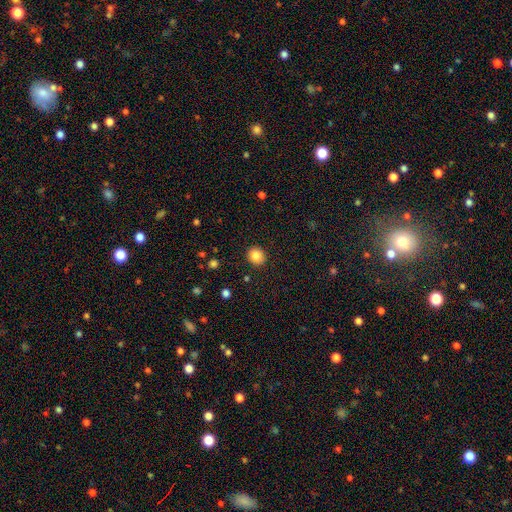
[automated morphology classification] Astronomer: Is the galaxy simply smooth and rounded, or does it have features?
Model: smooth — 85%.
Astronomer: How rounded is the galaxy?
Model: round — 83%.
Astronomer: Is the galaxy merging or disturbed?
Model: none — 91%.